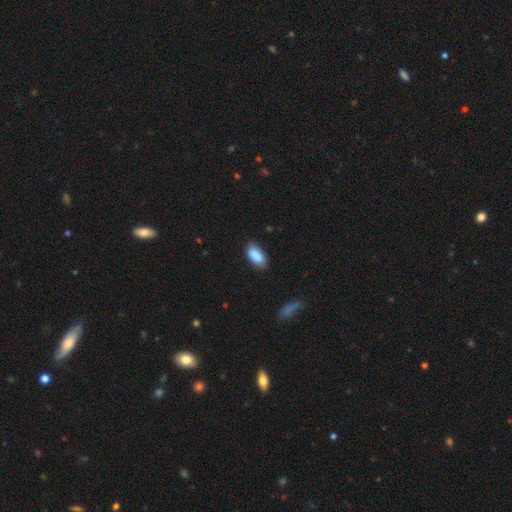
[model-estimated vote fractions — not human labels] Smooth or featured? Predicted: smooth (p=0.88). How rounded? Predicted: in between (p=0.93). Merging? Predicted: none (p=0.81).